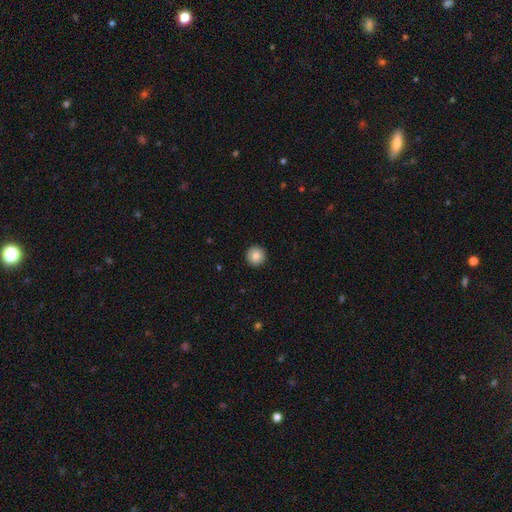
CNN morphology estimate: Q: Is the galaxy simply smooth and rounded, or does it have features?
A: smooth — 86%.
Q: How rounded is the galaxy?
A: round — 96%.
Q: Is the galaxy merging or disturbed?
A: none — 93%.